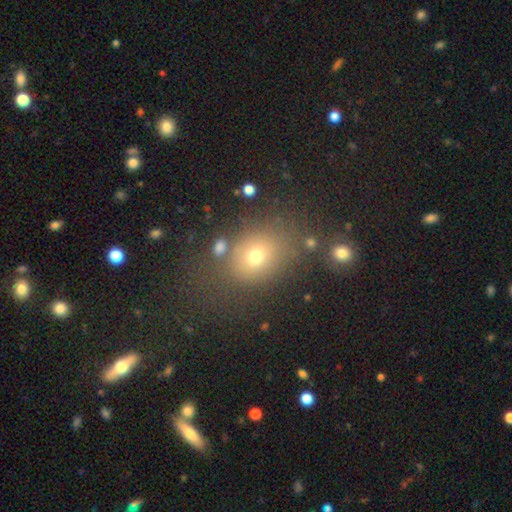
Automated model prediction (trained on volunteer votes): The model was most divided on "how rounded": in between: 52%, round: 47%, cigar-shaped: 1%. More confident: merging — none (70%); smooth or featured — smooth (68%).